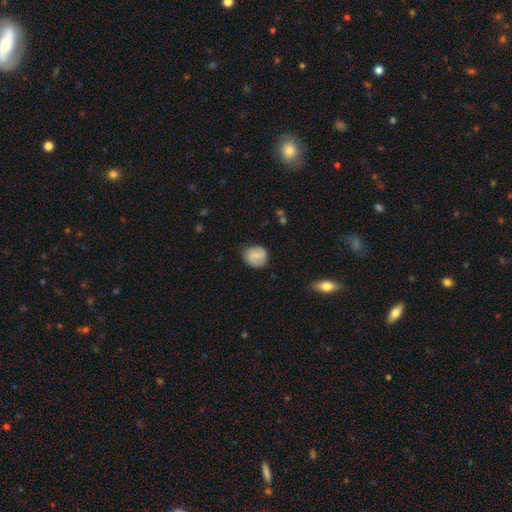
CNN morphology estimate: A smooth galaxy with no disk features (63%) that is round (72%).

Vote fractions:
- Smooth or featured? smooth: 63% / featured or disk: 30% / star or artifact: 8%
- How rounded? round: 72% / in between: 27% / cigar-shaped: 1%
- Merging? none: 79% / minor disturbance: 15% / major disturbance: 4% / merger: 1%